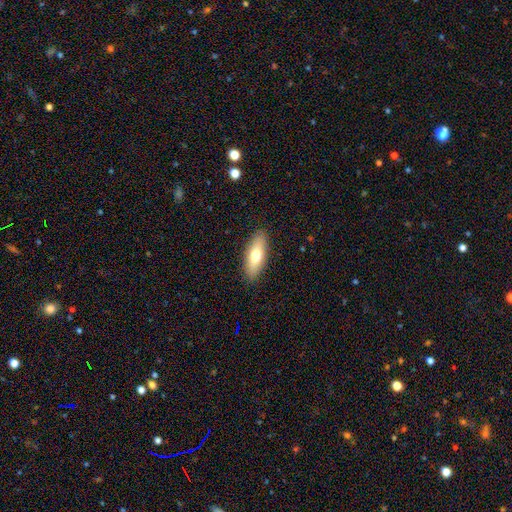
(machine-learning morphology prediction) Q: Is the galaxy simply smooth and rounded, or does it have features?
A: smooth — 69%.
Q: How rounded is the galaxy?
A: in between — 61%.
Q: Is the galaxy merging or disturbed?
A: none — 89%.